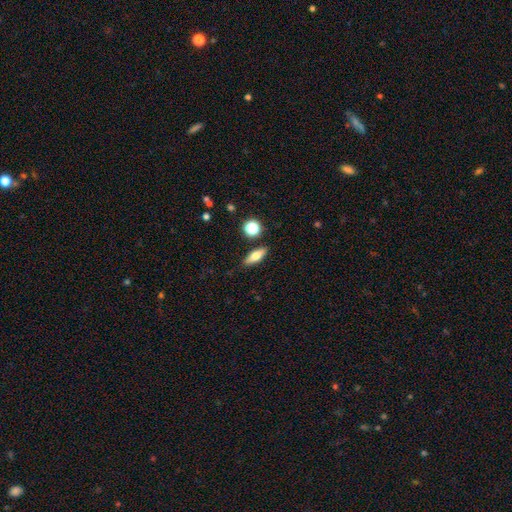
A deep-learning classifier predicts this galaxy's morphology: The model was most divided on "how rounded": in between: 58%, cigar-shaped: 36%, round: 6%. More confident: merging — none (85%); smooth or featured — smooth (63%).